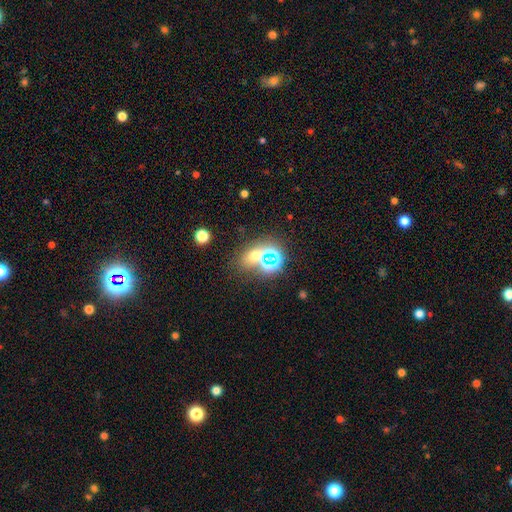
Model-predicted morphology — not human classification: Smooth or featured: smooth — 47% (star or artifact — 40%)
Merging: none — 57% (merger — 27%)